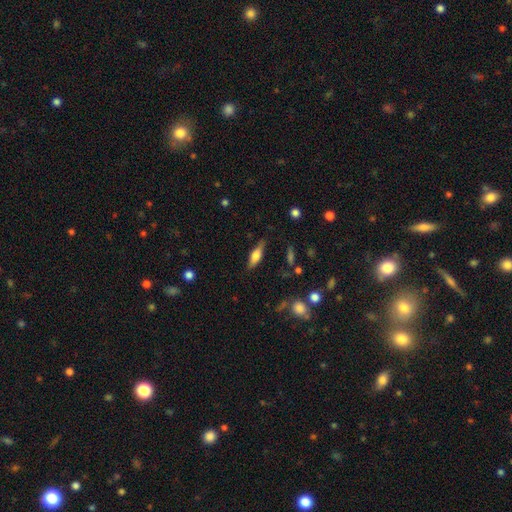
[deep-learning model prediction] This appears to be a smooth galaxy with no disk features (50%). Merging: none (79%).